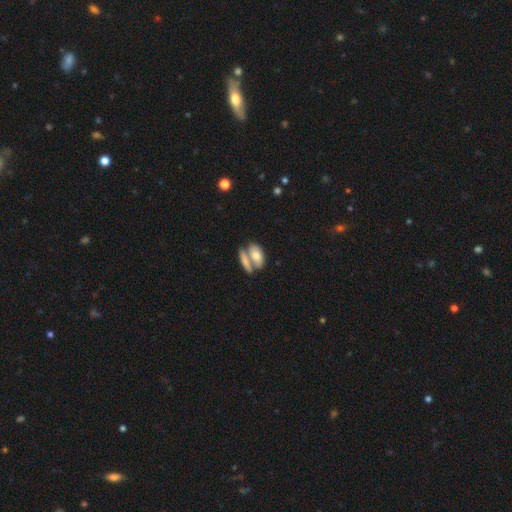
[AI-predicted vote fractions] A smooth galaxy with no disk features (70%) that is in between round and cigar-shaped (83%).

Vote fractions:
- Smooth or featured? smooth: 70% / featured or disk: 23% / star or artifact: 6%
- How rounded? in between: 83% / cigar-shaped: 11% / round: 6%
- Merging? merger: 51% / none: 35% / minor disturbance: 10% / major disturbance: 5%